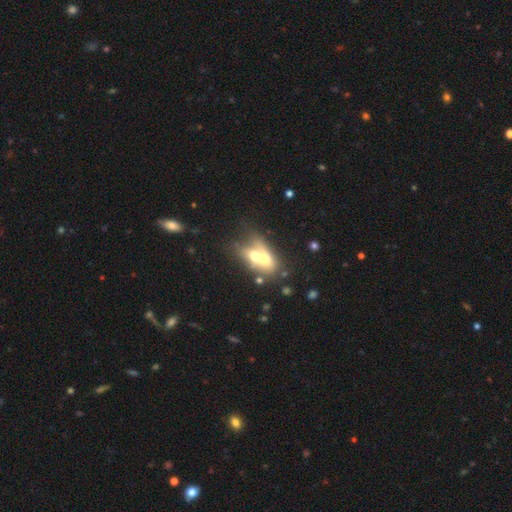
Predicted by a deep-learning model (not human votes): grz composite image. It shows a smooth galaxy with no disk features (58%) that is in between round and cigar-shaped (68%). Merging: merger (73%).